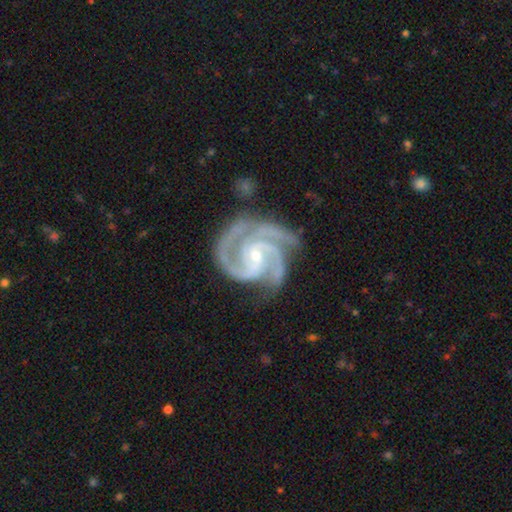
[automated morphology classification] type=featured or disk (94%); edge-on=no (98%); bar=no (53%); spiral arms=yes (99%); winding=tight (59%); arm count=3 (70%); bulge=small (74%); merging=none (70%).